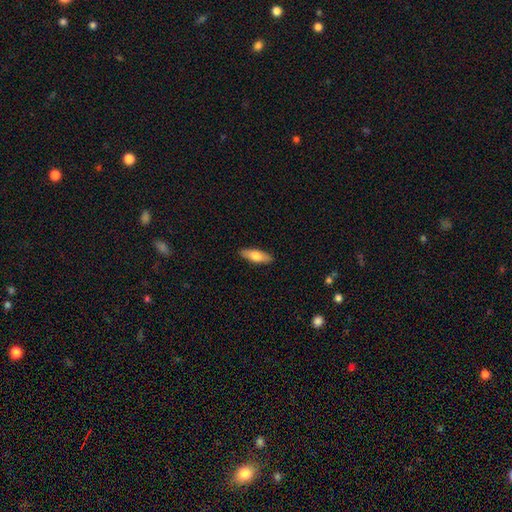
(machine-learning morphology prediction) smooth-or-featured: smooth: 71% | featured or disk: 23% | star or artifact: 6%
  how-rounded: in between: 55% | cigar-shaped: 42% | round: 2%
  merging: none: 89% | minor disturbance: 8% | major disturbance: 2% | merger: 1%